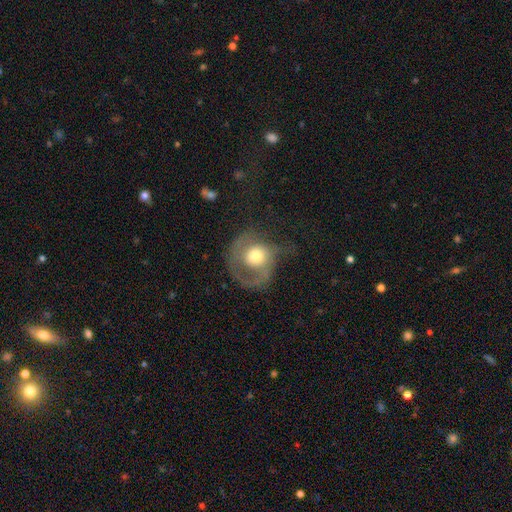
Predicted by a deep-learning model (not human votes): This appears to be a featured or disk galaxy (48%). Merging: major disturbance (47%).